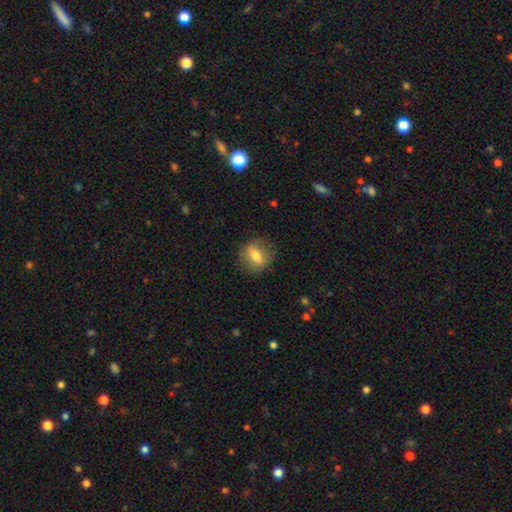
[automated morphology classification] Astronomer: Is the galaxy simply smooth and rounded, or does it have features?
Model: smooth — 62%.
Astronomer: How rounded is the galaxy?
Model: round — 59% (runner-up: in between, 37%).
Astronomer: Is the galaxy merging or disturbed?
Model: none — 82%.